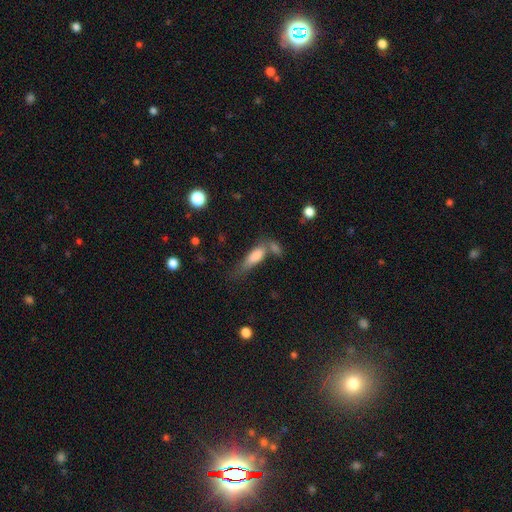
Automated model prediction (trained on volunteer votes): Smooth or featured?
  - smooth: 77% *
  - featured or disk: 15%
  - star or artifact: 8%
How rounded?
  - in between: 58% *
  - cigar-shaped: 38%
  - round: 3%
Merging?
  - merger: 36% *
  - none: 34%
  - minor disturbance: 19%
  - major disturbance: 11%